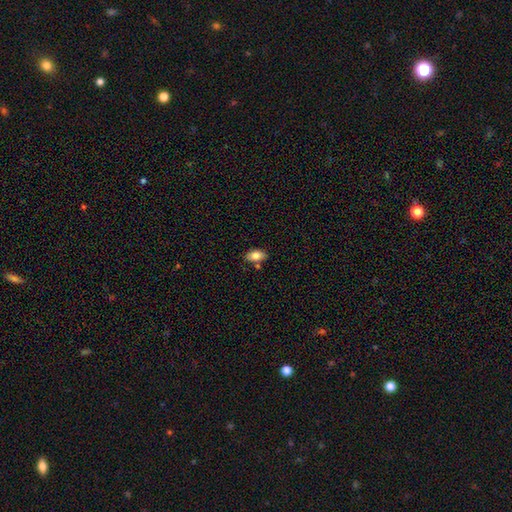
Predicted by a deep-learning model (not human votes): A smooth galaxy with no disk features (82%) that is in between round and cigar-shaped (91%). Merging: none (75%).